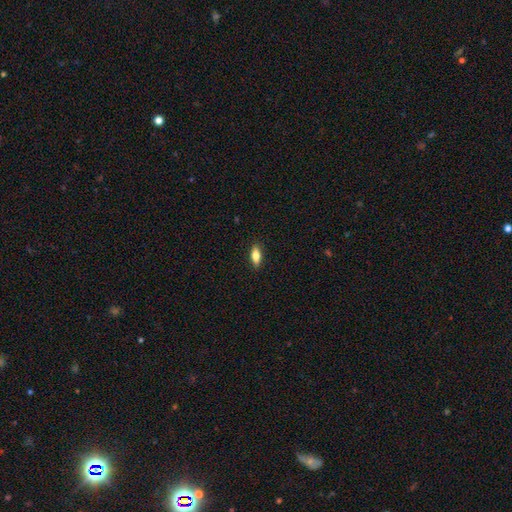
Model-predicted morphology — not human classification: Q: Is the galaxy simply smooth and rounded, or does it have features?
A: smooth — 76%.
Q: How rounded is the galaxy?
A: in between — 73%.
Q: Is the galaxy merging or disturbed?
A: none — 88%.